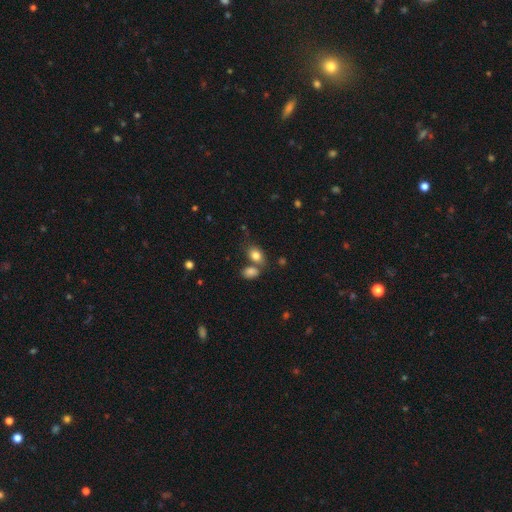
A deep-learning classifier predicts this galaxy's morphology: This is clearly a smooth galaxy (82%). How rounded: likely in between (78%). Merging: possibly none (55%).